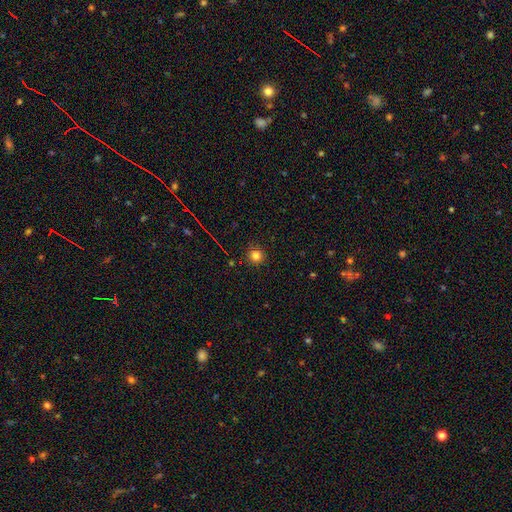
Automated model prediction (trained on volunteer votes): smooth-or-featured: smooth: 80% | star or artifact: 14% | featured or disk: 6%
  how-rounded: round: 94% | in between: 5% | cigar-shaped: 1%
  merging: none: 91% | minor disturbance: 6% | major disturbance: 2% | merger: 1%